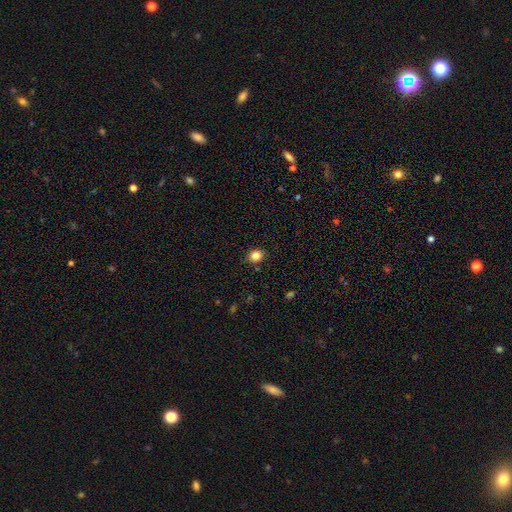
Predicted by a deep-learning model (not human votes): Overall: smooth (83%). How rounded: round (65%; in between 34%). Merging: none (87%).